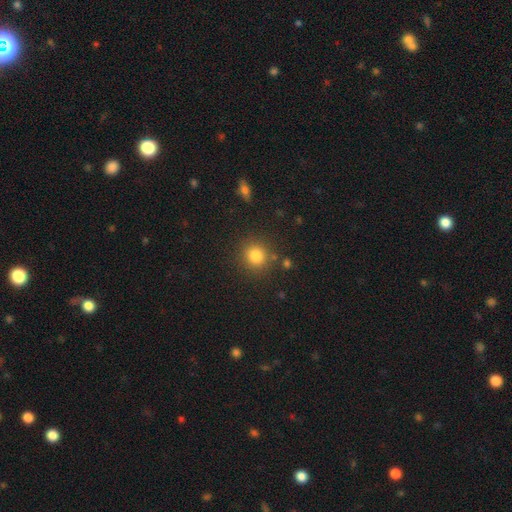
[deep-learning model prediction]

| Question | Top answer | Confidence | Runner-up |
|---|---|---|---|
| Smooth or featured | smooth | 82% | star or artifact (12%) |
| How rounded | round | 89% | in between (10%) |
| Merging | none | 85% | minor disturbance (8%) |